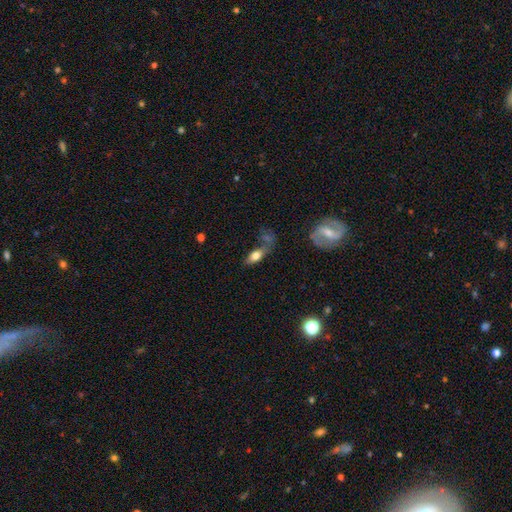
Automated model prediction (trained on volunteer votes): A smooth galaxy with no disk features (64%) that is in between round and cigar-shaped (72%). Merging: none (47%).